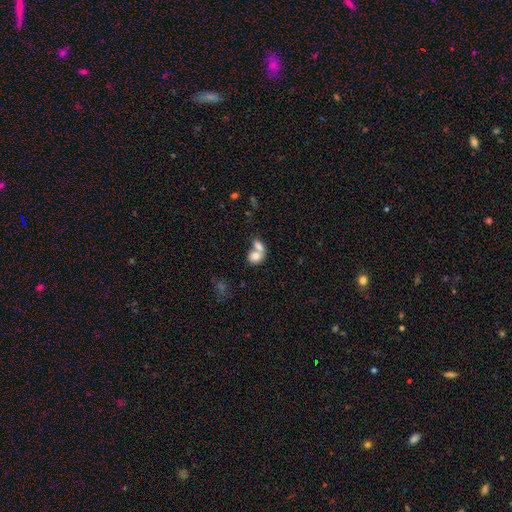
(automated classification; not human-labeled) The model was most divided on "how rounded": in between: 59%, round: 39%, cigar-shaped: 2%. More confident: smooth or featured — smooth (76%); merging — merger (68%).